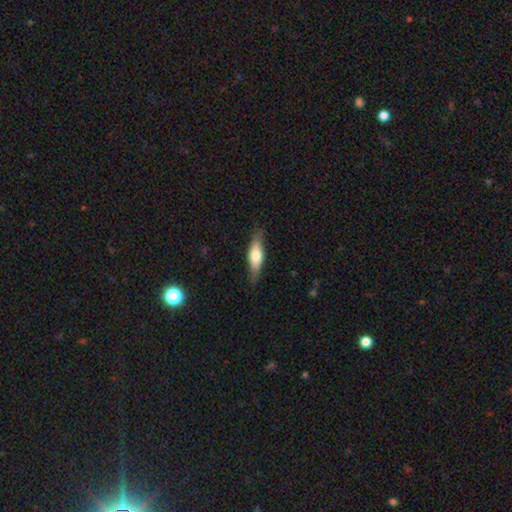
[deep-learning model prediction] A smooth galaxy with no disk features (59%) that is in between round and cigar-shaped (50%).

Vote fractions:
- Smooth or featured? smooth: 59% / featured or disk: 36% / star or artifact: 6%
- How rounded? in between: 50% / cigar-shaped: 48% / round: 3%
- Merging? none: 81% / minor disturbance: 15% / major disturbance: 3% / merger: 1%